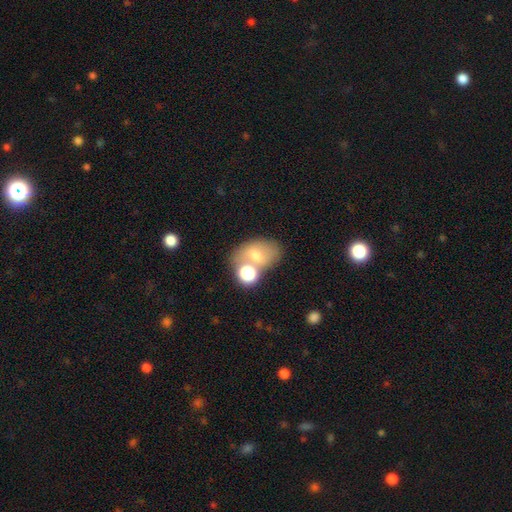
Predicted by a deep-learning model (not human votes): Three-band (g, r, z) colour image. It shows a smooth galaxy with no disk features (64%) that is in between round and cigar-shaped (76%). Merging: none (50%).